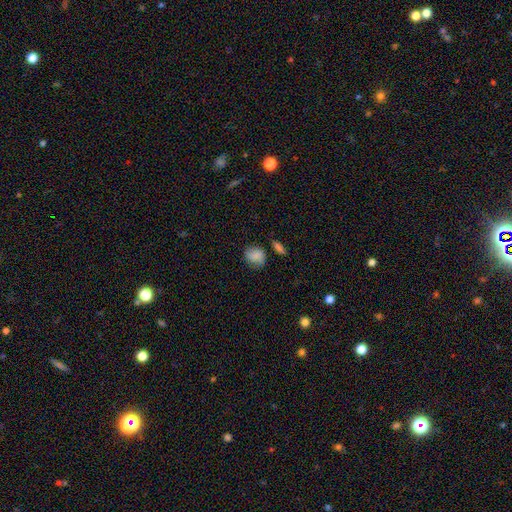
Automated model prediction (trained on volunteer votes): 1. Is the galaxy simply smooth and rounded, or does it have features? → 78% smooth, 13% featured or disk, 9% star or artifact.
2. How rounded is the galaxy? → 62% round, 37% in between, 1% cigar-shaped.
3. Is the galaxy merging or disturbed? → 60% none, 27% minor disturbance, 7% major disturbance, 5% merger.